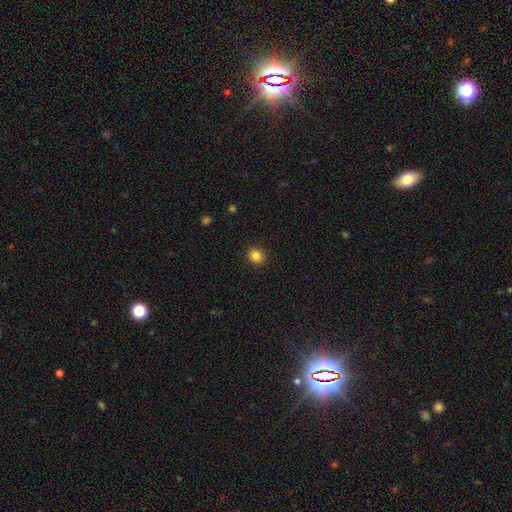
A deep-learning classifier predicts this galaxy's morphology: smooth 85%, star or artifact 11%, featured or disk 4%. Down the decision tree: how rounded — round (74%); merging — none (91%).